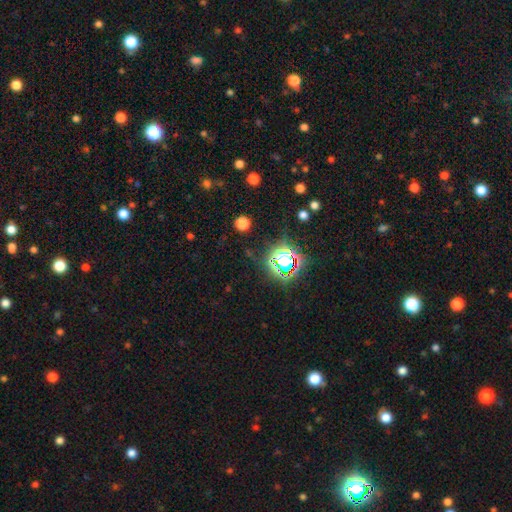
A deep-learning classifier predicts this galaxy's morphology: smooth-or-featured: star or artifact: 76% | smooth: 16% | featured or disk: 8%